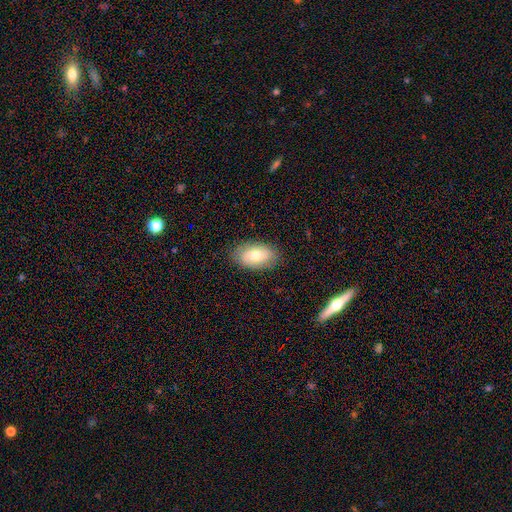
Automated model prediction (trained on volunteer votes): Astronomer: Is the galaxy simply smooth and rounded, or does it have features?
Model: smooth — 71%.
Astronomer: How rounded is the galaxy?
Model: in between — 92%.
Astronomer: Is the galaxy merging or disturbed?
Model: none — 85%.